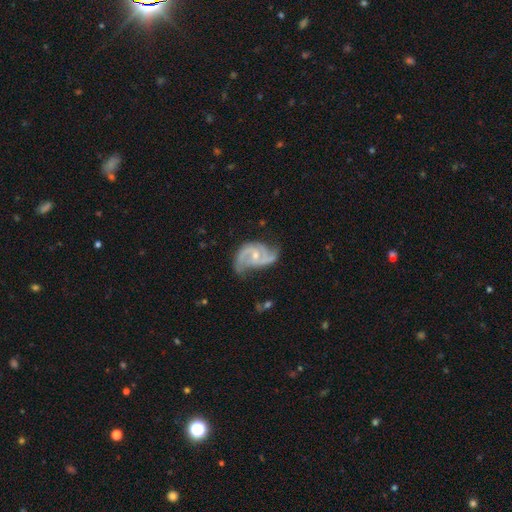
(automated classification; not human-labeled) smooth-or-featured: featured or disk: 90% | smooth: 5% | star or artifact: 5%
  disk-edge-on: no: 98% | yes: 2%
    bar: no: 50% | weak: 39% | strong: 11%
    has-spiral-arms: yes: 97% | no: 3%
      spiral-winding: medium: 51% | loose: 30% | tight: 19%
      spiral-arm-count: 2: 80% | 3: 11% | can't tell: 4% | 1: 2% | 4: 2% | more than 4: 2%
    bulge-size: small: 51% | moderate: 45% | none: 2% | large: 1% | dominant: 1%
  merging: none: 60% | minor disturbance: 26% | major disturbance: 12% | merger: 2%